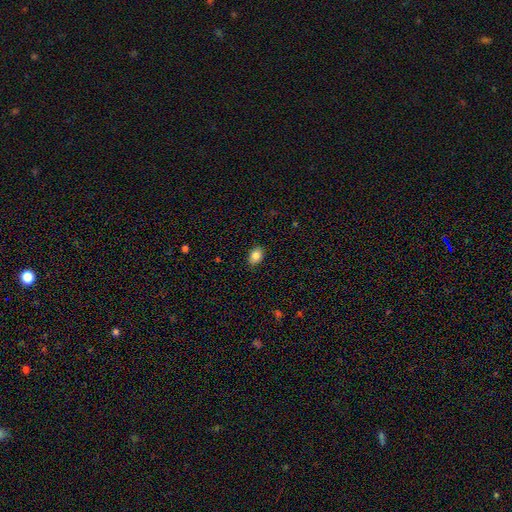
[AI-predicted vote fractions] A smooth galaxy with no disk features (86%) that is in between round and cigar-shaped (76%).

Vote fractions:
- Smooth or featured? smooth: 86% / star or artifact: 8% / featured or disk: 6%
- How rounded? in between: 76% / round: 23% / cigar-shaped: 1%
- Merging? none: 88% / minor disturbance: 9% / major disturbance: 2% / merger: 1%